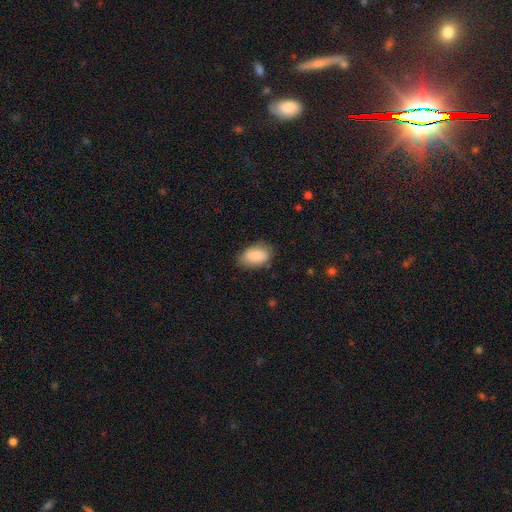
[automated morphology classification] The model was most divided on "merging": none: 70%, minor disturbance: 23%, major disturbance: 5%, merger: 1%. More confident: how rounded — in between (91%); smooth or featured — smooth (84%).